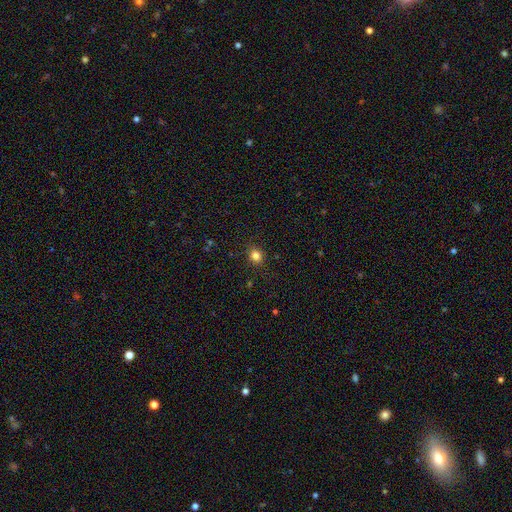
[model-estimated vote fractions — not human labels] smooth 82%, star or artifact 13%, featured or disk 5%. Down the decision tree: how rounded — round (81%); merging — none (89%).